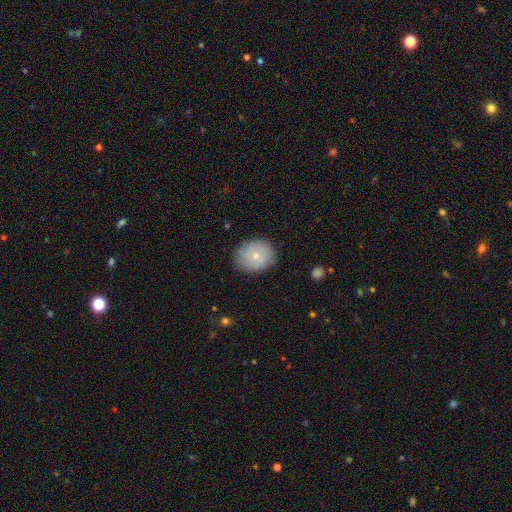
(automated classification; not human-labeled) This is possibly a smooth galaxy (56%). How rounded: likely round (68%). Merging: clearly none (82%).